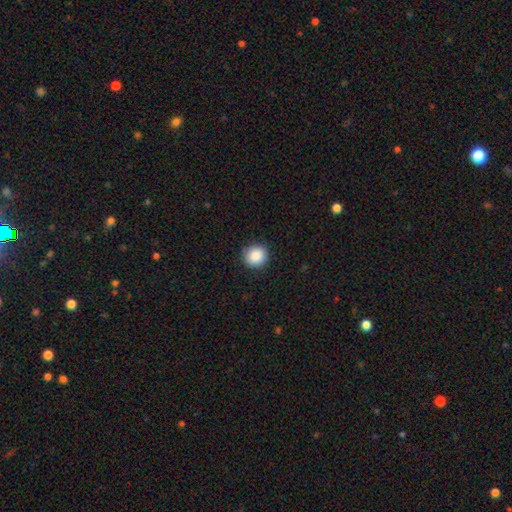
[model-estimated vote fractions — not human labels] Morphology: type=smooth (88%); roundness=round (91%); merging=none (88%).